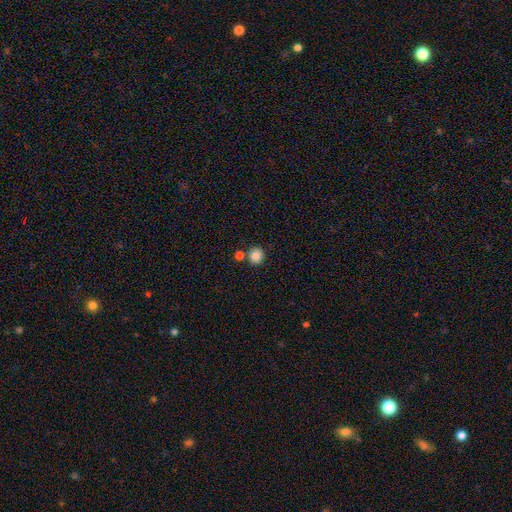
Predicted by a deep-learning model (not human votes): The model was most divided on "merging": none: 72%, merger: 16%, minor disturbance: 9%, major disturbance: 3%. More confident: how rounded — round (86%); smooth or featured — smooth (86%).